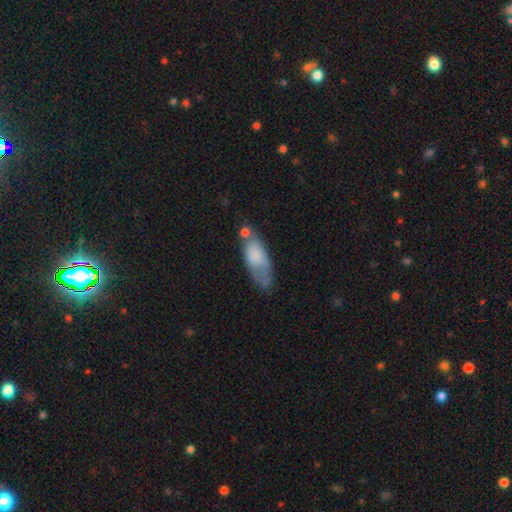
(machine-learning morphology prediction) A smooth galaxy with no disk features (66%) that is in between round and cigar-shaped (74%).

Vote fractions:
- Smooth or featured? smooth: 66% / featured or disk: 27% / star or artifact: 7%
- How rounded? in between: 74% / cigar-shaped: 23% / round: 3%
- Merging? none: 45% / minor disturbance: 28% / merger: 14% / major disturbance: 13%